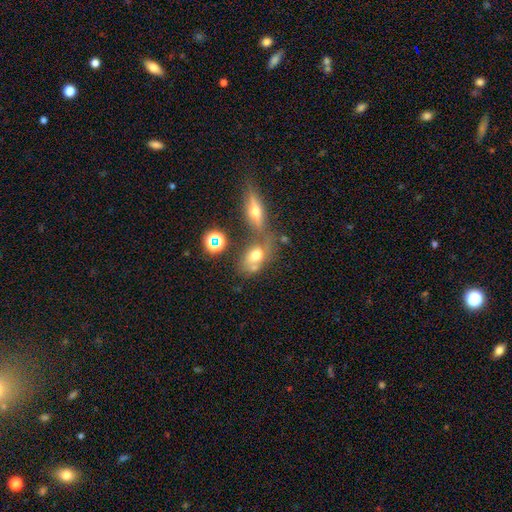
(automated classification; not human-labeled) This is possibly a smooth galaxy (56%). How rounded: likely in between (71%). Merging: marginally none (43%).